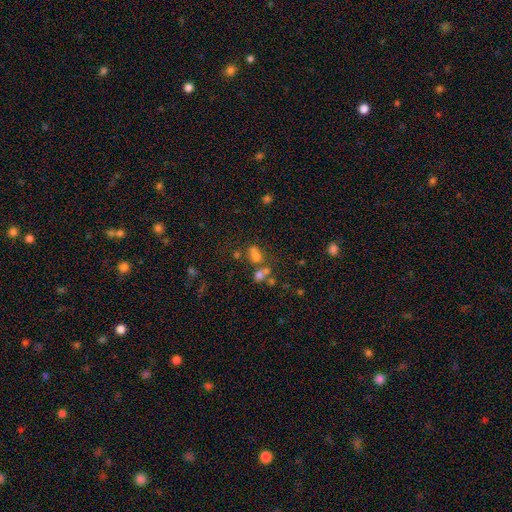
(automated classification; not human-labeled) Smooth or featured: smooth — 52% (star or artifact — 30%)
How rounded: round — 57% (in between — 41%)
Merging: none — 42% (tied with merger — 42%)